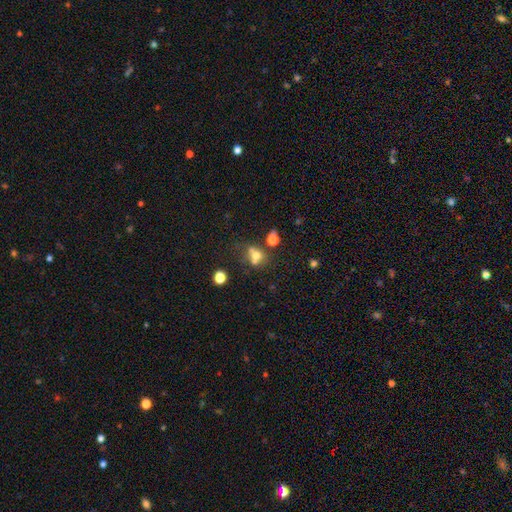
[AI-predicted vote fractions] This appears to be a smooth galaxy with no disk features (63%) that is round (64%). Merging: merger (46%).